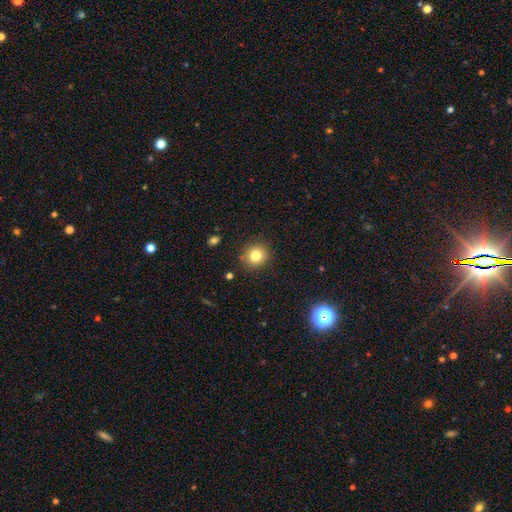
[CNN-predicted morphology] Smooth or featured: smooth — 80% (star or artifact — 12%)
How rounded: round — 89% (in between — 10%)
Merging: none — 90% (minor disturbance — 7%)